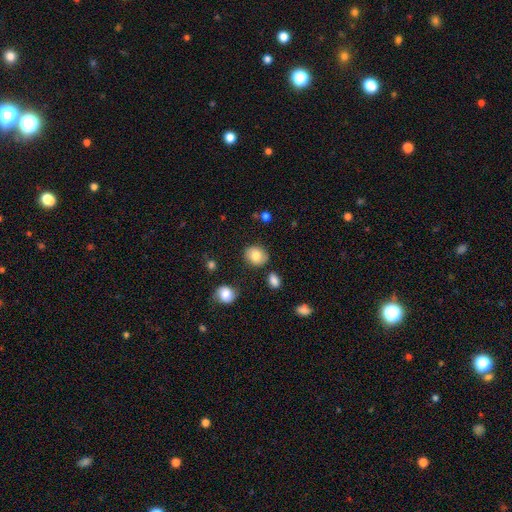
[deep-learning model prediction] smooth_or_featured: smooth (p=0.79) [alt: featured or disk p=0.12]
how_rounded: round (p=0.68) [alt: in between p=0.31]
merging: none (p=0.82) [alt: minor disturbance p=0.12]